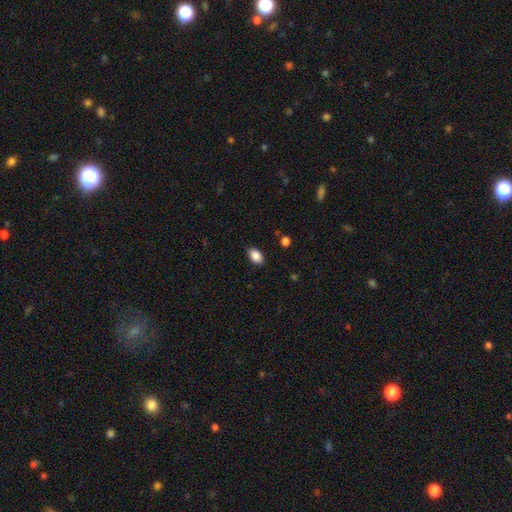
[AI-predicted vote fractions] This appears to be a smooth galaxy with no disk features (88%) that is in between round and cigar-shaped (89%). Merging: none (86%).